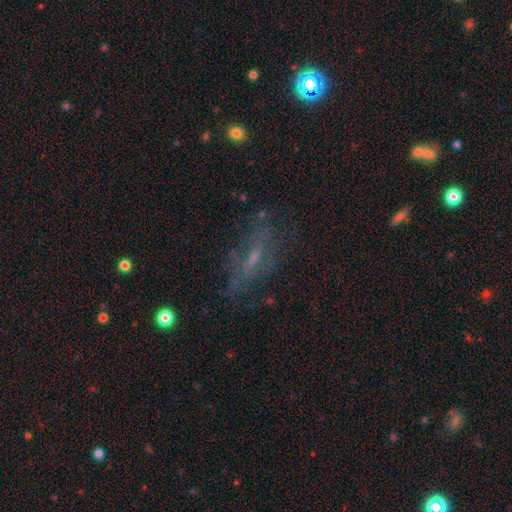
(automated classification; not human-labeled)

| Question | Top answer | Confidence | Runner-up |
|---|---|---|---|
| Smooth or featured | featured or disk | 51% | smooth (31%) |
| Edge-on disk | no | 74% | yes (26%) |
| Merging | none | 60% | minor disturbance (20%) |